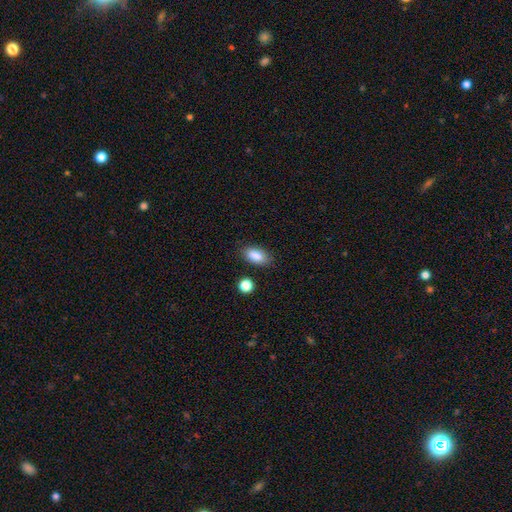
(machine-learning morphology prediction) Smooth or featured? Predicted: smooth (p=0.87). How rounded? Predicted: in between (p=0.90). Merging? Predicted: none (p=0.83).